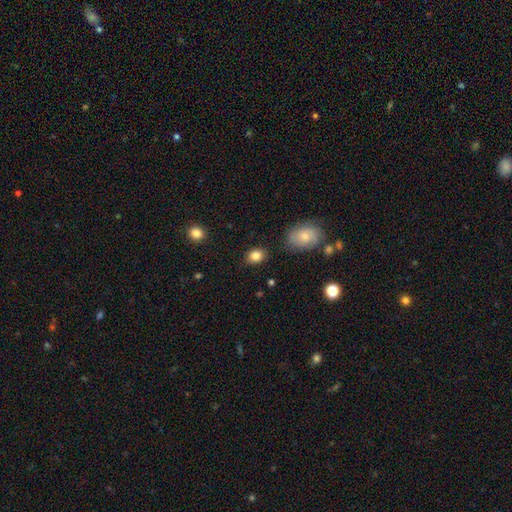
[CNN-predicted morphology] The model was most divided on "how rounded": in between: 57%, round: 42%, cigar-shaped: 1%. More confident: smooth or featured — smooth (85%); merging — none (83%).